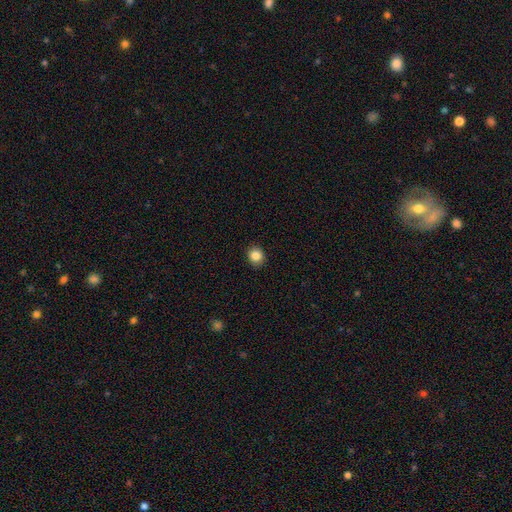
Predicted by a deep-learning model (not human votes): A smooth galaxy with no disk features (85%) that is round (77%). Merging: none (90%).